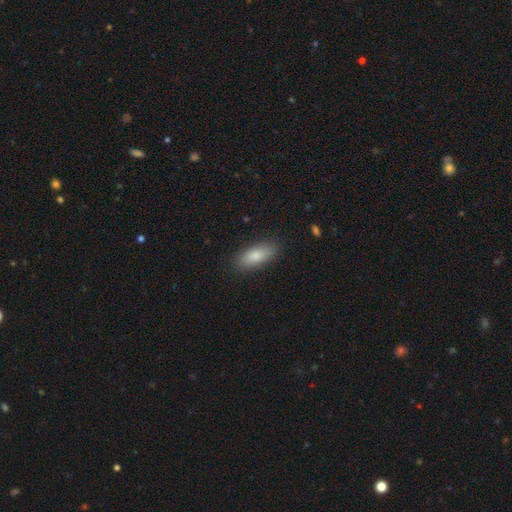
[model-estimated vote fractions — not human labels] smooth-or-featured: smooth: 84% | featured or disk: 10% | star or artifact: 6%
  how-rounded: in between: 77% | cigar-shaped: 21% | round: 2%
  merging: none: 86% | minor disturbance: 10% | major disturbance: 3% | merger: 1%